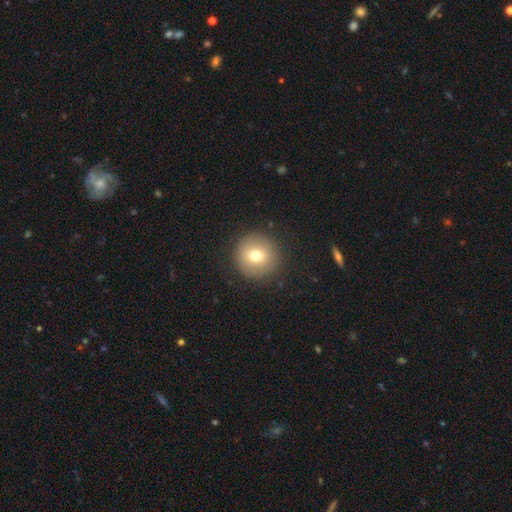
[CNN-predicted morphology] The model was most divided on "smooth or featured": smooth: 73%, featured or disk: 16%, star or artifact: 11%. More confident: how rounded — round (95%); merging — none (90%).